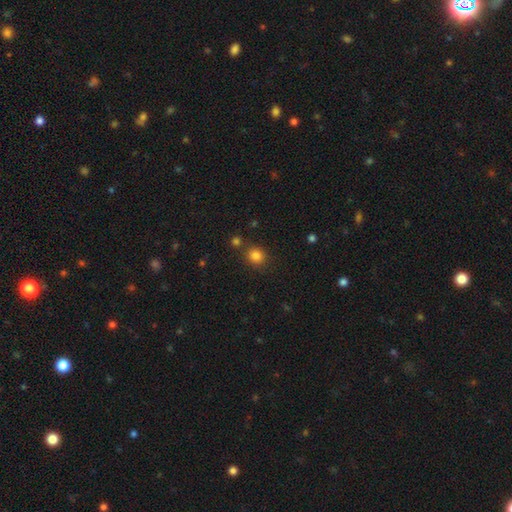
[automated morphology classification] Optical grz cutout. It shows a smooth galaxy with no disk features (83%) that is round (83%). Merging: none (80%).